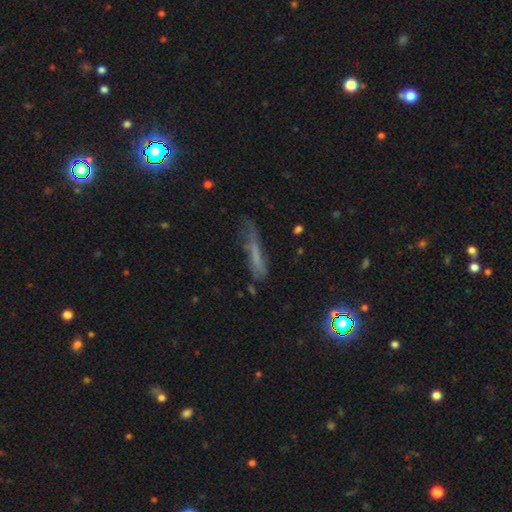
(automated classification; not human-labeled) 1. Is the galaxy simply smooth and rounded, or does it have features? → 49% smooth, 32% featured or disk, 19% star or artifact.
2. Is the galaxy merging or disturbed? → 50% none, 27% minor disturbance, 18% major disturbance, 4% merger.